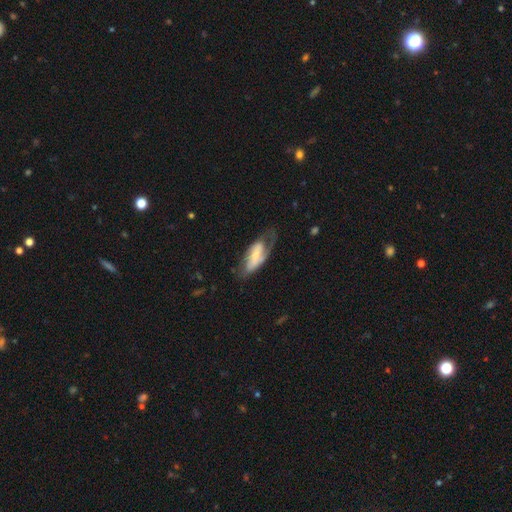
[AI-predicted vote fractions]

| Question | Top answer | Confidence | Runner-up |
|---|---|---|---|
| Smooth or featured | featured or disk | 57% | smooth (37%) |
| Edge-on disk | no | 88% | yes (12%) |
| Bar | no | 45% | weak (32%) |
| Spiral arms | yes | 73% | no (27%) |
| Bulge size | small | 55% | moderate (31%) |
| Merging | none | 38% | major disturbance (31%) |